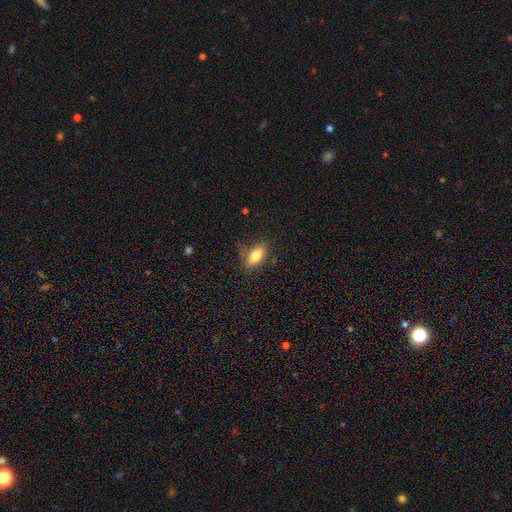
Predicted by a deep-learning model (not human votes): This is likely a smooth galaxy (77%). How rounded: clearly in between (84%). Merging: likely none (72%).